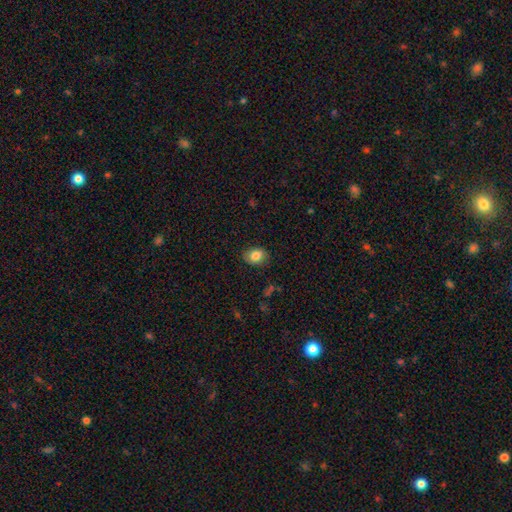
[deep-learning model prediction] Smooth or featured? Predicted: smooth (p=0.84). How rounded? Predicted: in between (p=0.60). Merging? Predicted: none (p=0.84).